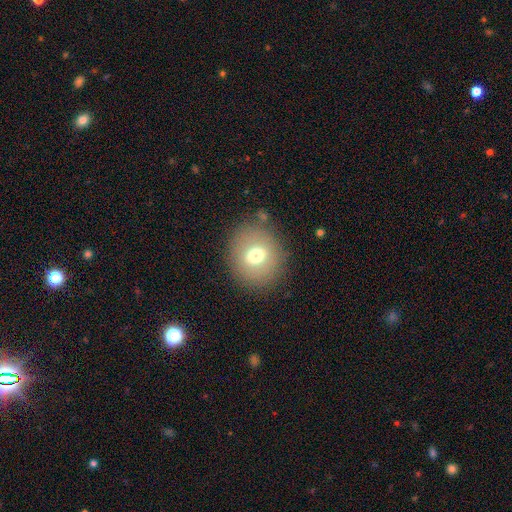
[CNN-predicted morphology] type=smooth (66%); roundness=round (81%); merging=none (83%).